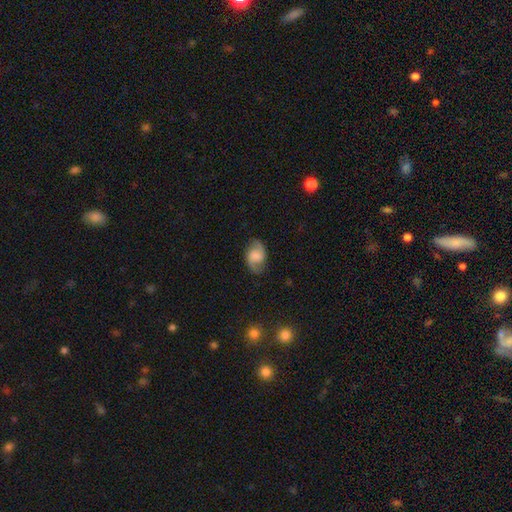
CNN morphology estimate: Smooth or featured?
  - featured or disk: 64% *
  - smooth: 28%
  - star or artifact: 8%
Edge-on disk?
  - no: 97% *
  - yes: 3%
Bar?
  - no: 45% *
  - weak: 44%
  - strong: 11%
Spiral arms?
  - yes: 93% *
  - no: 7%
Spiral winding?
  - medium: 43% * (tied)
  - loose: 43% * (tied)
  - tight: 14%
Spiral arm count?
  - 2: 91% *
  - can't tell: 4%
  - 1: 2%
  - 3: 1%
  - 4: 1%
  - more than 4: 1%
Bulge size?
  - none: 38% *
  - large: 22%
  - moderate: 20%
  - small: 15%
  - dominant: 4%
Merging?
  - none: 79% *
  - minor disturbance: 15%
  - major disturbance: 5%
  - merger: 1%